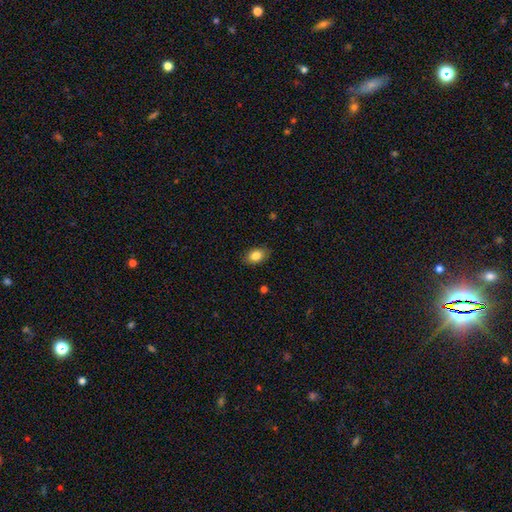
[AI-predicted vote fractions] Morphology: type=smooth (85%); roundness=in between (85%); merging=none (86%).